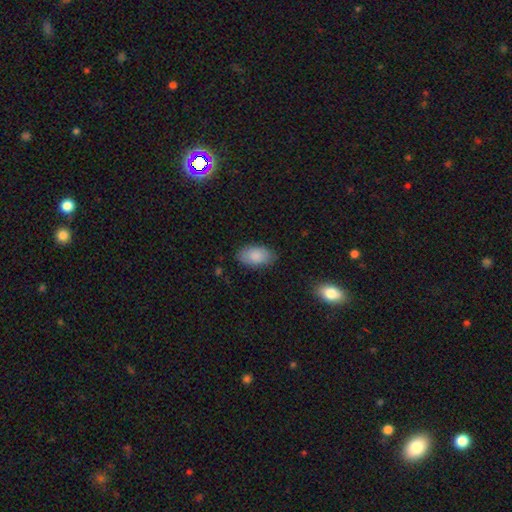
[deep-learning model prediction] Smooth or featured: smooth — 87% (featured or disk — 7%)
How rounded: in between — 94% (round — 4%)
Merging: none — 83% (minor disturbance — 13%)